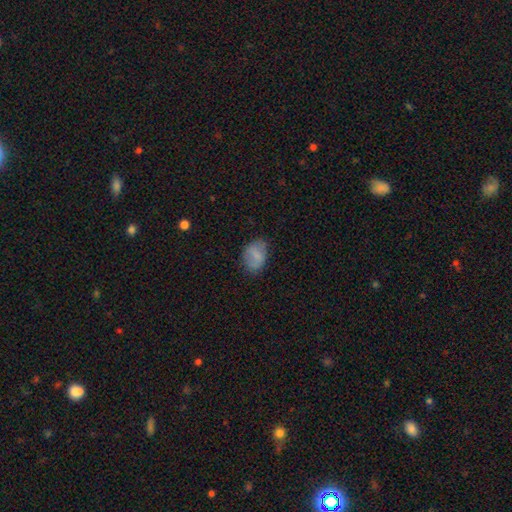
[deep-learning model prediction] This is likely a smooth galaxy (75%). How rounded: likely in between (80%). Merging: likely none (72%).